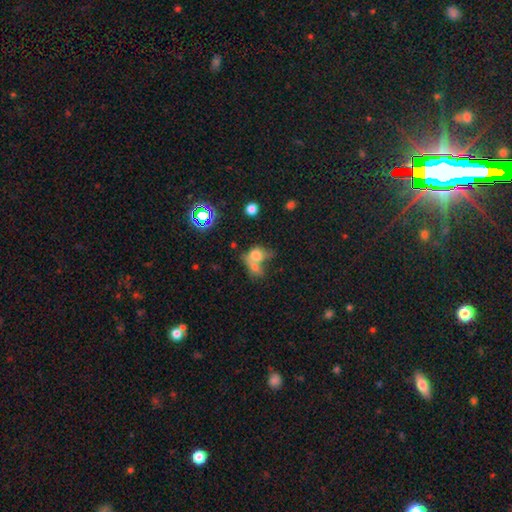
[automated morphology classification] smooth-or-featured: smooth: 67% | featured or disk: 17% | star or artifact: 16%
  how-rounded: in between: 54% | round: 43% | cigar-shaped: 3%
  merging: merger: 57% | none: 24% | major disturbance: 9% | minor disturbance: 9%